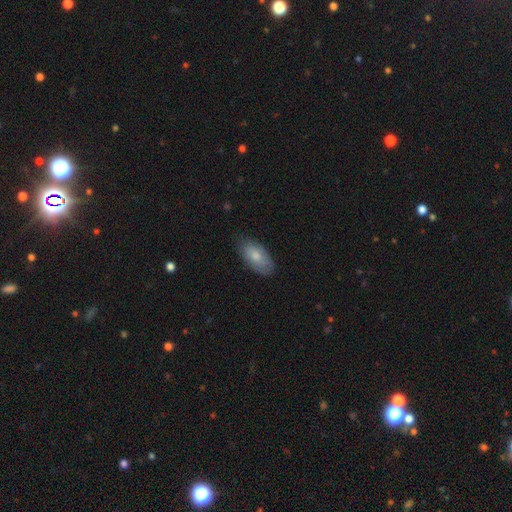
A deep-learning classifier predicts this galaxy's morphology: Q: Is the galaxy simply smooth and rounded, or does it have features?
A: smooth — 71%.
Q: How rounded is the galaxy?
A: in between — 93%.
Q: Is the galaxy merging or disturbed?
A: none — 77%.